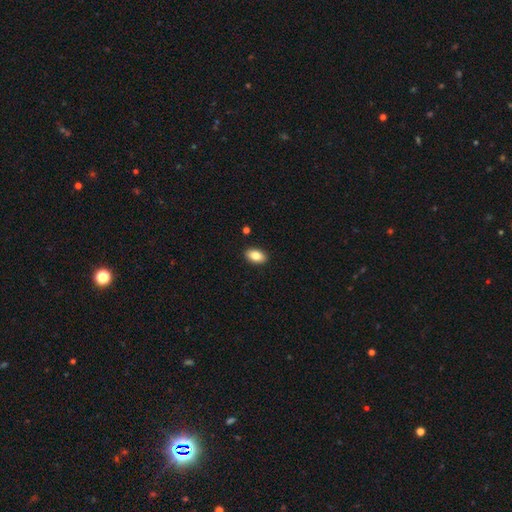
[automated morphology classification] This appears to be a smooth galaxy with no disk features (83%) that is in between round and cigar-shaped (91%). Merging: none (90%).